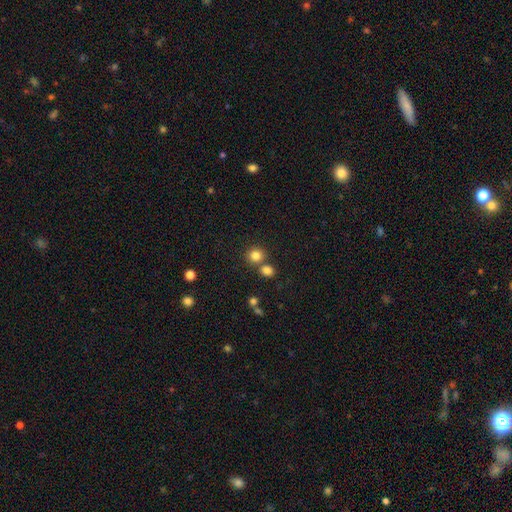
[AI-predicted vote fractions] smooth_or_featured: smooth (p=0.82) [alt: star or artifact p=0.13]
how_rounded: round (p=0.87) [alt: in between p=0.12]
merging: none (p=0.66) [alt: merger p=0.24]